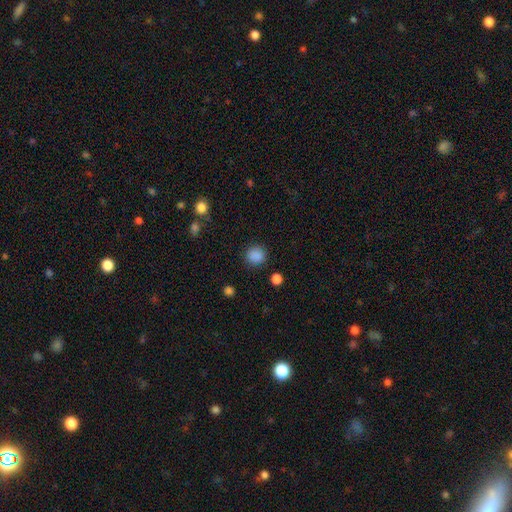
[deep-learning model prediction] smooth_or_featured: smooth (p=0.86) [alt: star or artifact p=0.11]
how_rounded: round (p=0.87) [alt: in between p=0.12]
merging: none (p=0.88) [alt: minor disturbance p=0.08]